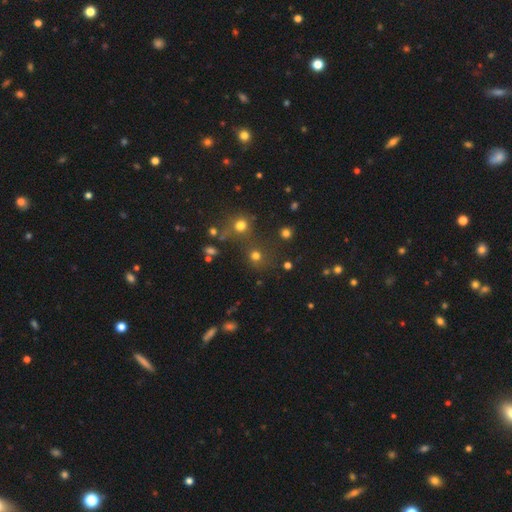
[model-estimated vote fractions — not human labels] Smooth or featured? smooth (69%)
How rounded? round (87%)
Merging? none (66%)